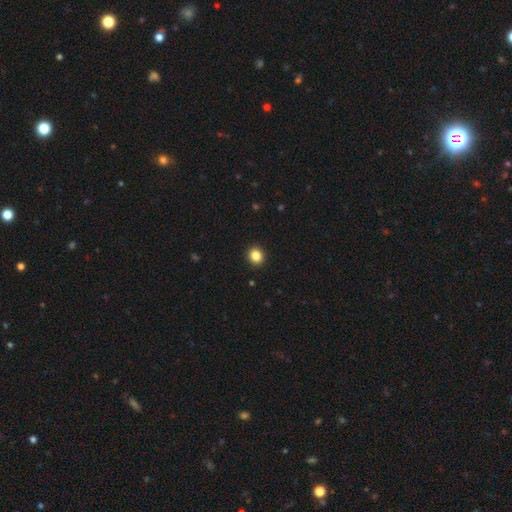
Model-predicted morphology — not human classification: Smooth or featured? Predicted: smooth (p=0.85). How rounded? Predicted: round (p=0.82). Merging? Predicted: none (p=0.93).